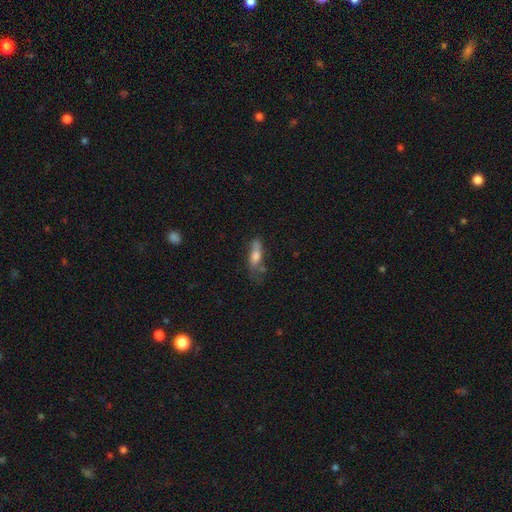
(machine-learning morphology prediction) Smooth or featured: smooth — 63% (featured or disk — 29%)
How rounded: cigar-shaped — 50% (in between — 47%)
Merging: none — 48% (minor disturbance — 30%)